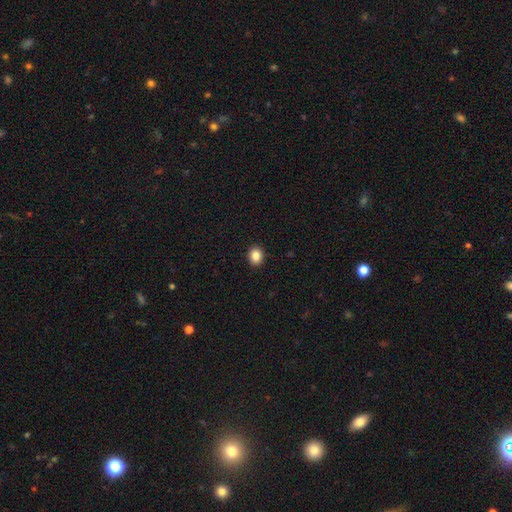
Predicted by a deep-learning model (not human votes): The model was most divided on "how rounded": round: 58%, in between: 41%, cigar-shaped: 1%. More confident: merging — none (92%); smooth or featured — smooth (86%).